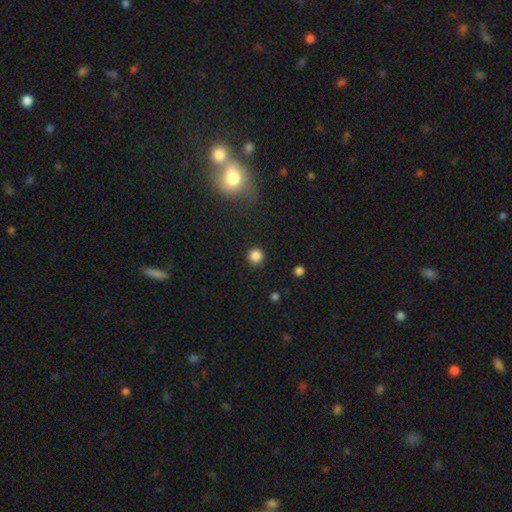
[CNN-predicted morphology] A smooth galaxy with no disk features (85%) that is round (95%). Merging: none (91%).